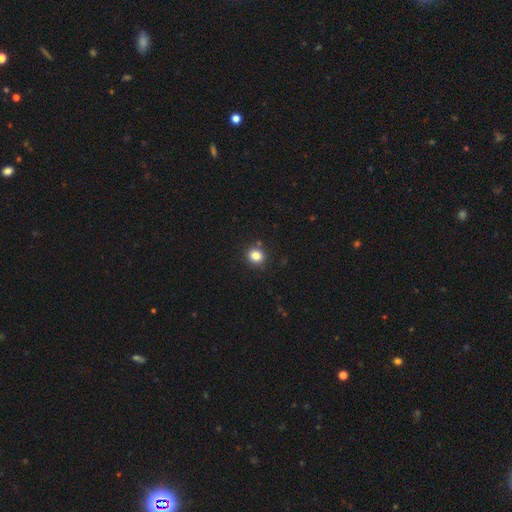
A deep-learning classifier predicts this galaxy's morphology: This is clearly a smooth galaxy (84%). How rounded: likely round (76%). Merging: clearly none (84%).